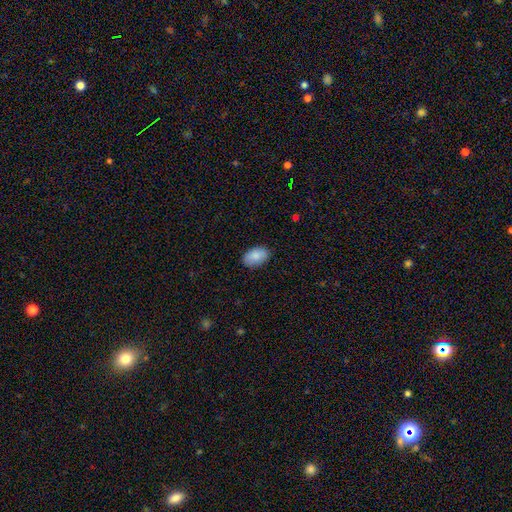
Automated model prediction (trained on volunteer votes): This is clearly a smooth galaxy (88%). How rounded: clearly in between (92%). Merging: clearly none (86%).